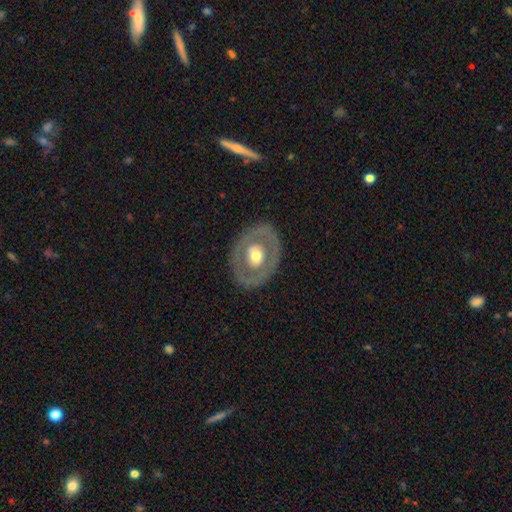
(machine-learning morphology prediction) Smooth or featured? Predicted: featured or disk (p=0.57). Edge-on disk? Predicted: no (p=0.92). Bar? Predicted: no (p=0.82). Spiral arms? Predicted: no (p=0.91). Bulge size? Predicted: moderate (p=0.65). Merging? Predicted: none (p=0.82).